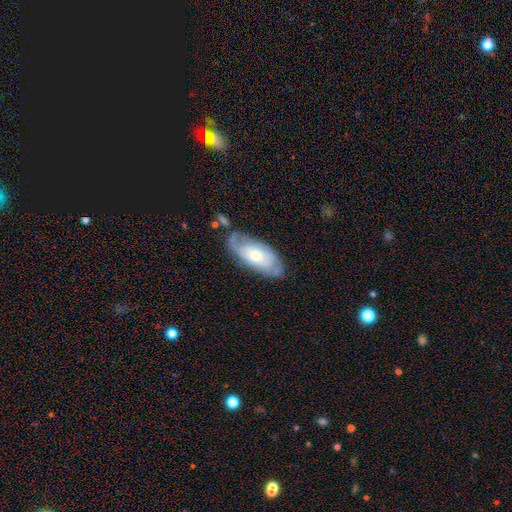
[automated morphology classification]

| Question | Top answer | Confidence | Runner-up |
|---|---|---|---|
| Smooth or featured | featured or disk | 57% | smooth (37%) |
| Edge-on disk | no | 87% | yes (13%) |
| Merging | none | 62% | minor disturbance (25%) |